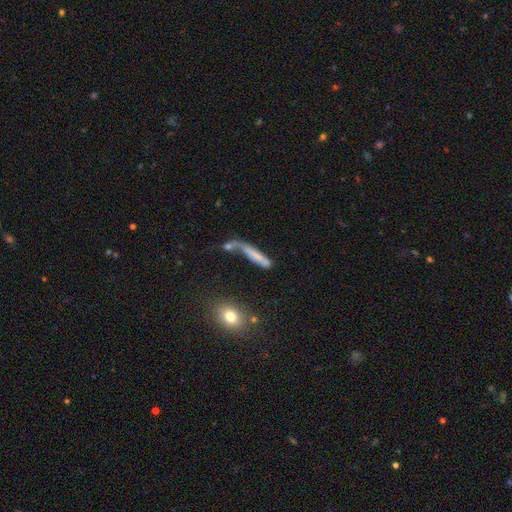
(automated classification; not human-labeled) The model was most divided on "merging": none: 35%, merger: 27%, major disturbance: 22%, minor disturbance: 16%. More confident: how rounded — cigar-shaped (83%); smooth or featured — smooth (56%).